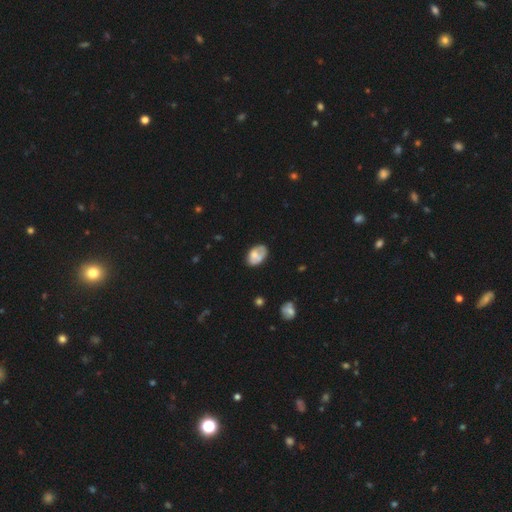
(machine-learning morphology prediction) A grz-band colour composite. It shows a smooth galaxy with no disk features (60%) that is in between round and cigar-shaped (87%). Merging: none (51%).